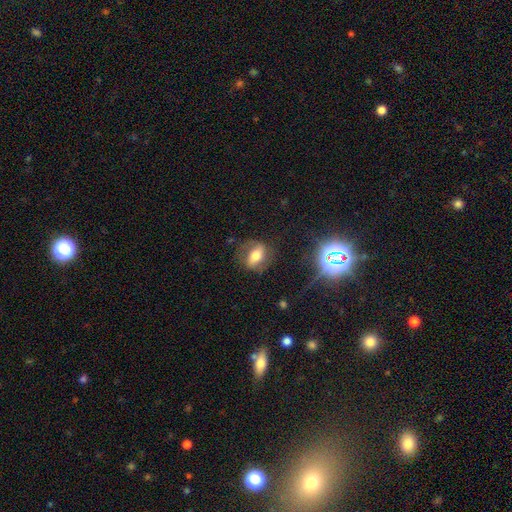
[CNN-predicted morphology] This appears to be a featured or disk galaxy (46%). Merging: none (70%).